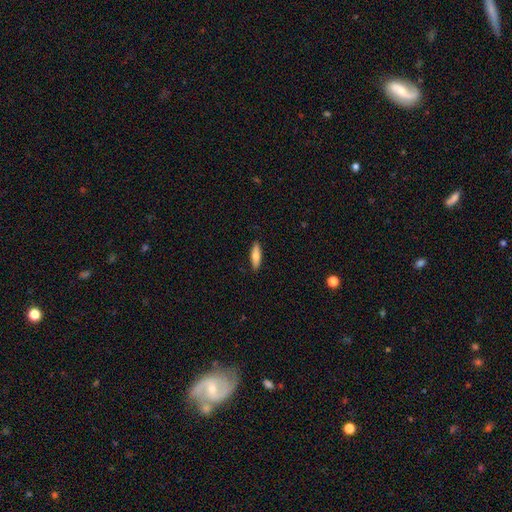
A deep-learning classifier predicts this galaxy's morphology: A smooth galaxy with no disk features (73%) that is cigar-shaped (59%).

Vote fractions:
- Smooth or featured? smooth: 73% / featured or disk: 21% / star or artifact: 6%
- How rounded? cigar-shaped: 59% / in between: 39% / round: 2%
- Merging? none: 89% / minor disturbance: 8% / major disturbance: 2% / merger: 1%